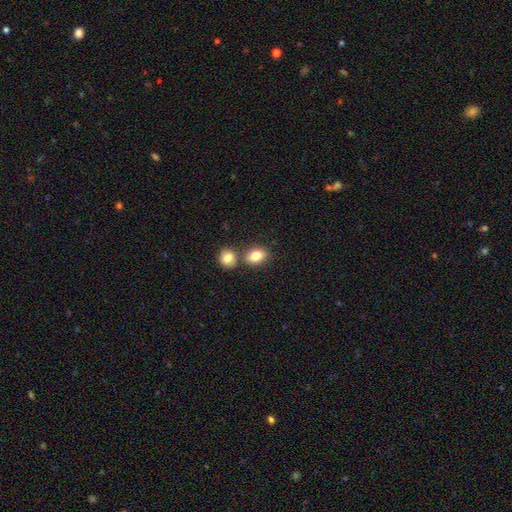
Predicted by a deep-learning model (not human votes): smooth-or-featured: smooth: 82% | featured or disk: 9% | star or artifact: 9%
  how-rounded: in between: 67% | round: 32% | cigar-shaped: 1%
  merging: none: 62% | merger: 25% | minor disturbance: 10% | major disturbance: 3%